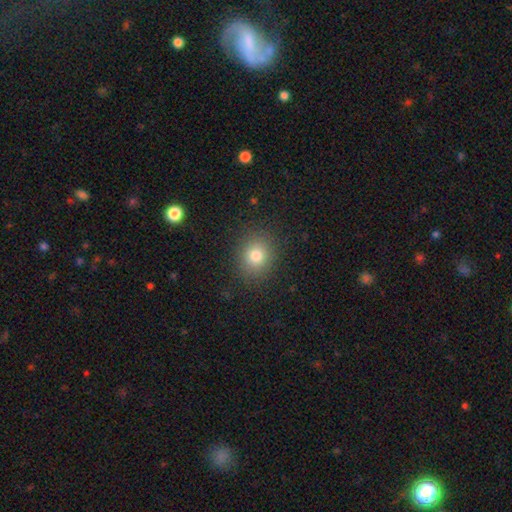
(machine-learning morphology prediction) smooth-or-featured: smooth: 79% | star or artifact: 13% | featured or disk: 9%
  how-rounded: round: 72% | in between: 27% | cigar-shaped: 1%
  merging: none: 87% | minor disturbance: 8% | major disturbance: 3% | merger: 1%